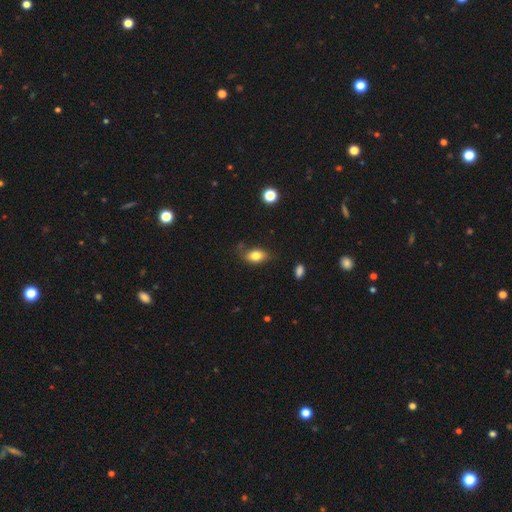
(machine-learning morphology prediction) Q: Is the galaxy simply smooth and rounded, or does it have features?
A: smooth — 81%.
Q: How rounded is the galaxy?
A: in between — 86%.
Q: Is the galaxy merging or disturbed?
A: none — 68%.